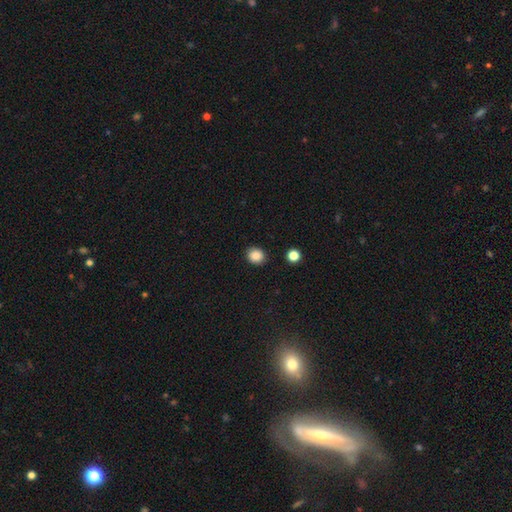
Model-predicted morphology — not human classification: Smooth or featured? Predicted: smooth (p=0.86). How rounded? Predicted: round (p=0.78). Merging? Predicted: none (p=0.89).